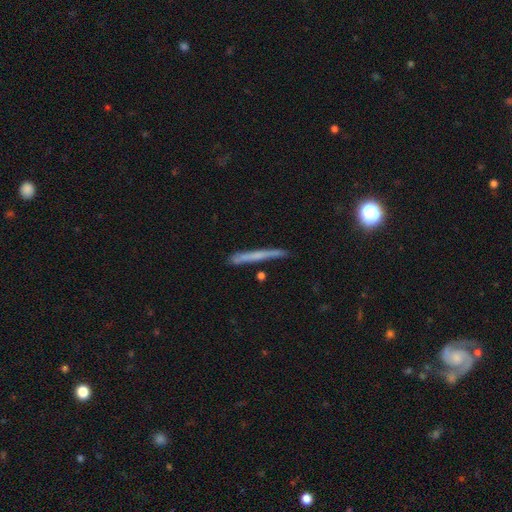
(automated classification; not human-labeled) Morphology: type=smooth (52%); roundness=cigar-shaped (96%); merging=none (85%).